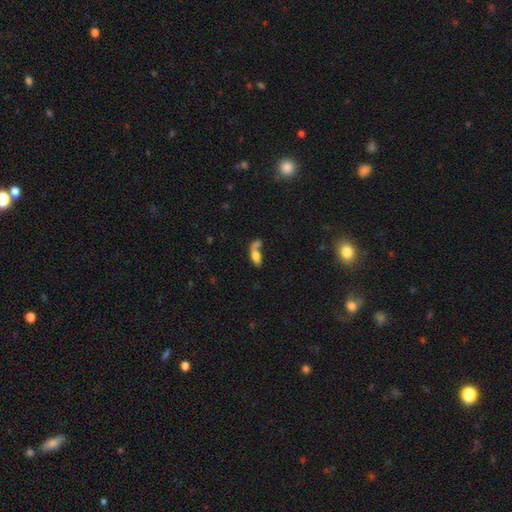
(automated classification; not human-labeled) smooth_or_featured: smooth (p=0.67) [alt: featured or disk p=0.23]
how_rounded: in between (p=0.71) [alt: cigar-shaped p=0.23]
merging: merger (p=0.43) [alt: none p=0.31]